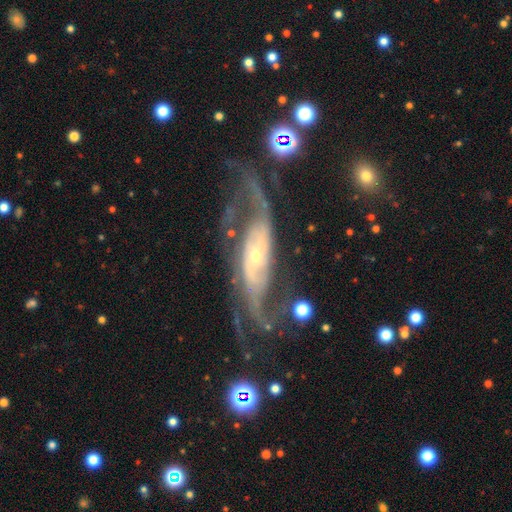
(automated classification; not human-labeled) This is clearly a featured or disk galaxy (88%). It is clearly not viewed edge-on (90%). Bar: possibly no (52%). Spiral arm pattern: clearly yes (94%). Spiral arm count: likely 2 (69%). Spiral winding: marginally loose (40%, tied with medium). Central bulge: likely small (71%). Merging: possibly none (56%).